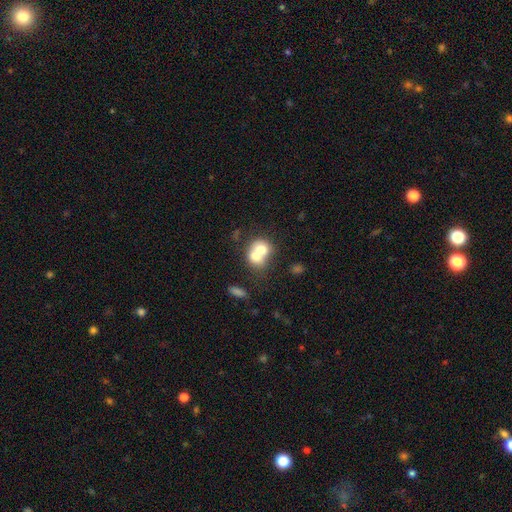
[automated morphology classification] smooth-or-featured: smooth: 65% | featured or disk: 26% | star or artifact: 9%
  how-rounded: round: 61% | in between: 38% | cigar-shaped: 1%
  merging: merger: 70% | none: 20% | minor disturbance: 6% | major disturbance: 3%